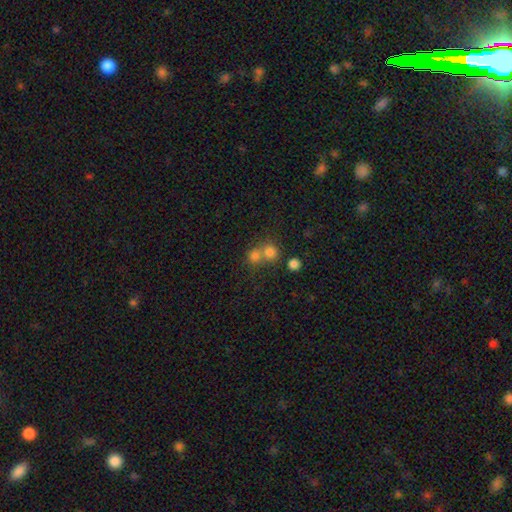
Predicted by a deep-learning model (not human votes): Morphology: type=smooth (73%); roundness=round (86%); merging=merger (48%).